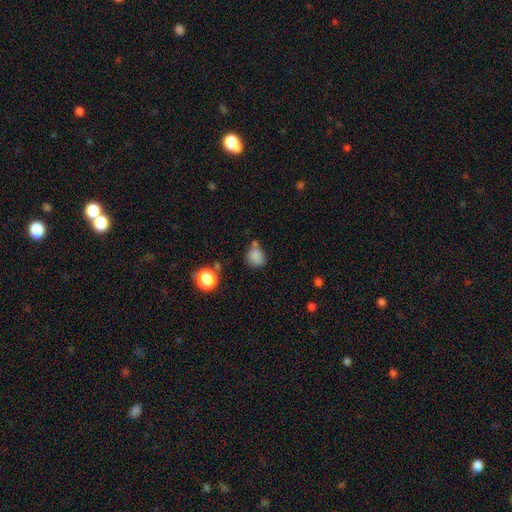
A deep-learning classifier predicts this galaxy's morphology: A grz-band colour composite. It shows a smooth galaxy with no disk features (82%) that is round (72%). Merging: none (58%).